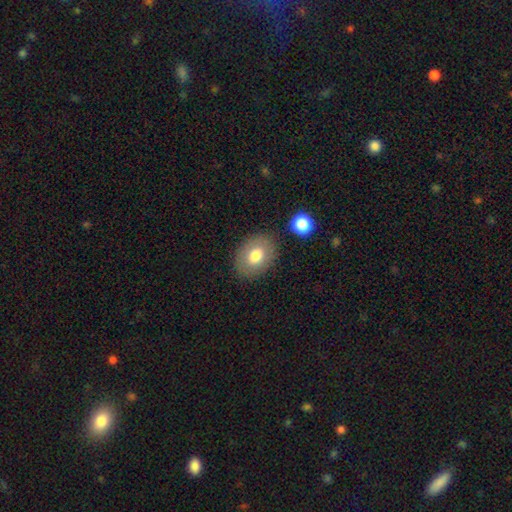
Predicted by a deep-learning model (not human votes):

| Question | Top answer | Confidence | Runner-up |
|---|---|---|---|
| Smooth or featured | smooth | 75% | featured or disk (17%) |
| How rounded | in between | 71% | round (28%) |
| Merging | none | 82% | minor disturbance (11%) |